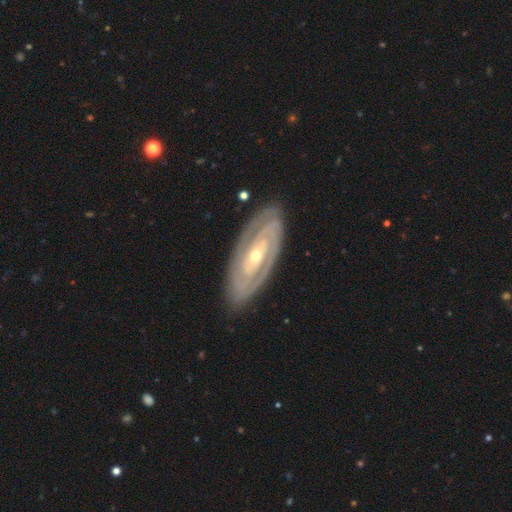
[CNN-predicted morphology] The model was most divided on "bulge size": small: 54%, moderate: 43%, large: 1%, none: 1%, dominant: 1%. Remaining: spiral arms — yes (92%); edge-on disk — no (91%); smooth or featured — featured or disk (87%); merging — none (84%); spiral winding — tight (77%); spiral arm count — 2 (57%); bar — no (47%).